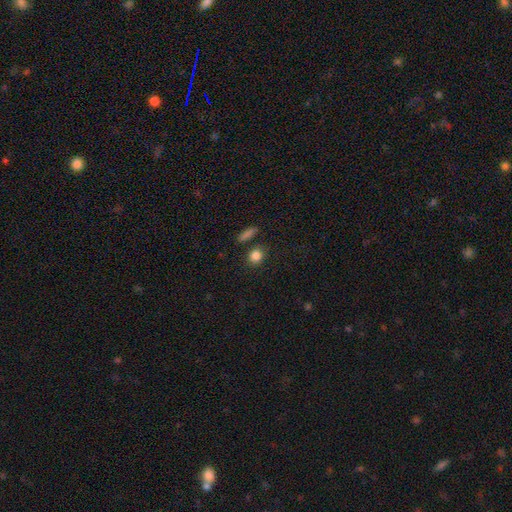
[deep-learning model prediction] smooth_or_featured: smooth (p=0.84) [alt: star or artifact p=0.11]
how_rounded: round (p=0.74) [alt: in between p=0.24]
merging: none (p=0.81) [alt: minor disturbance p=0.09]